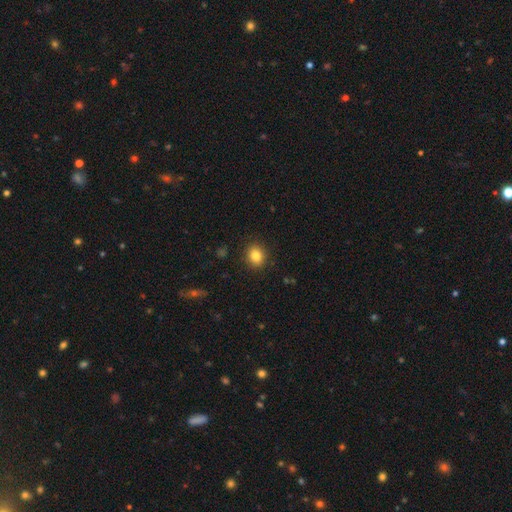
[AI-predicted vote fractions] smooth 83%, star or artifact 10%, featured or disk 6%. Down the decision tree: how rounded — round (69%); merging — none (90%).